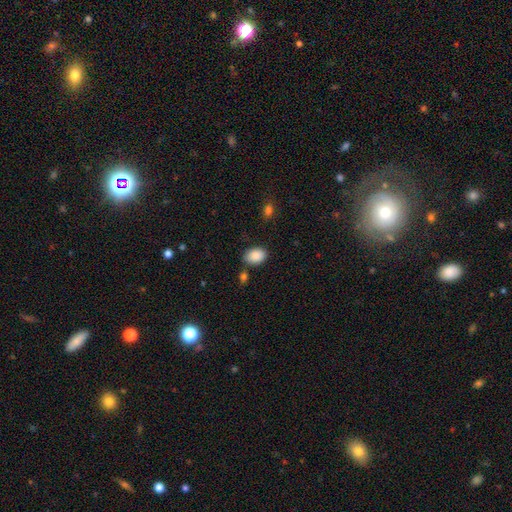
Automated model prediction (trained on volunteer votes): smooth_or_featured: smooth (p=0.88) [alt: star or artifact p=0.07]
how_rounded: in between (p=0.84) [alt: round p=0.15]
merging: none (p=0.79) [alt: minor disturbance p=0.13]